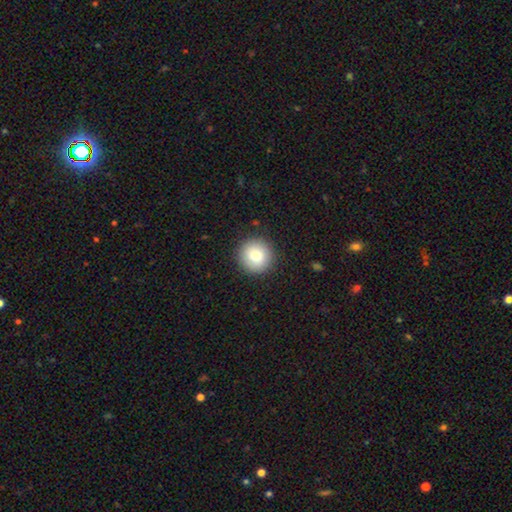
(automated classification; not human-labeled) This appears to be a smooth galaxy with no disk features (86%) that is round (93%). Merging: none (90%).